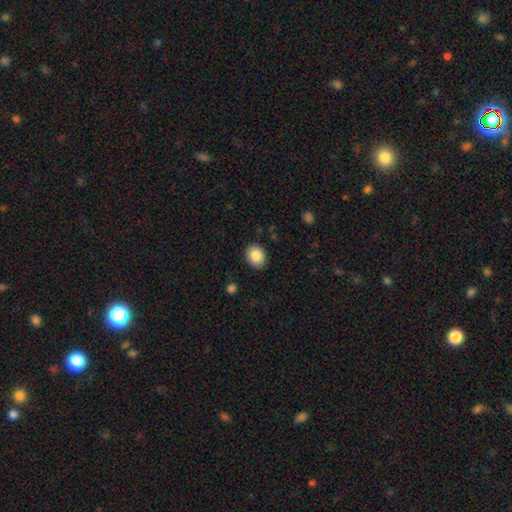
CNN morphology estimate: Overall: smooth (86%). How rounded: round (52%; in between 47%). Merging: none (89%).